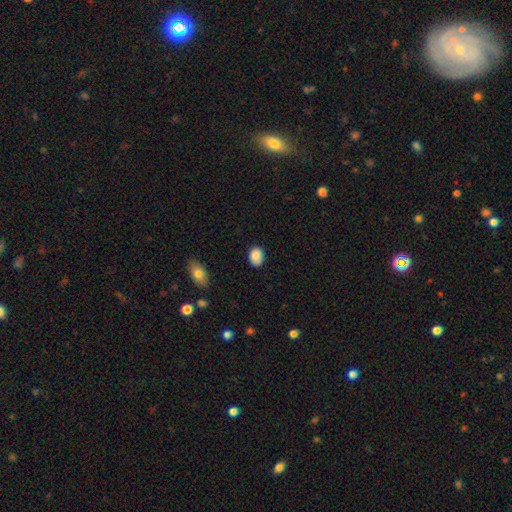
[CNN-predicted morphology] The model was most divided on "how rounded": in between: 75%, round: 24%, cigar-shaped: 1%. More confident: smooth or featured — smooth (89%); merging — none (82%).